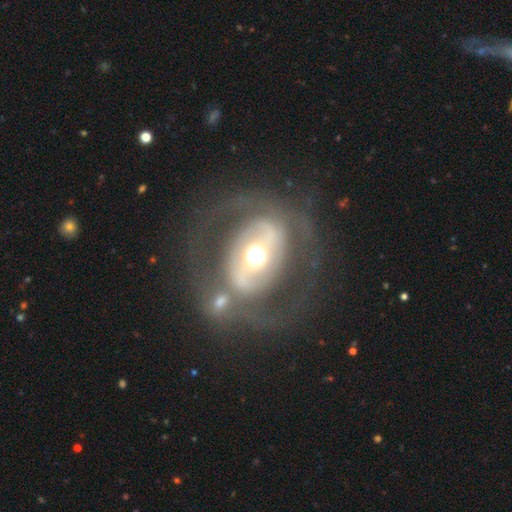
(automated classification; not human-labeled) Smooth or featured? Predicted: featured or disk (p=0.73). Edge-on disk? Predicted: no (p=0.95). Bar? Predicted: no (p=0.44). Spiral arms? Predicted: yes (p=0.59). Bulge size? Predicted: moderate (p=0.56). Merging? Predicted: none (p=0.65).